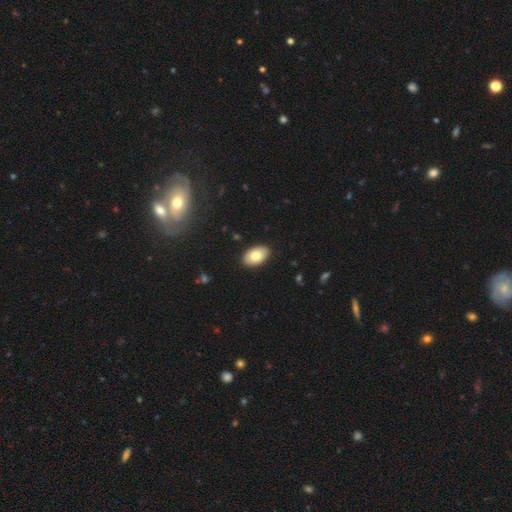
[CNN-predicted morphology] smooth 80%, featured or disk 14%, star or artifact 7%. Down the decision tree: how rounded — in between (93%); merging — none (89%).